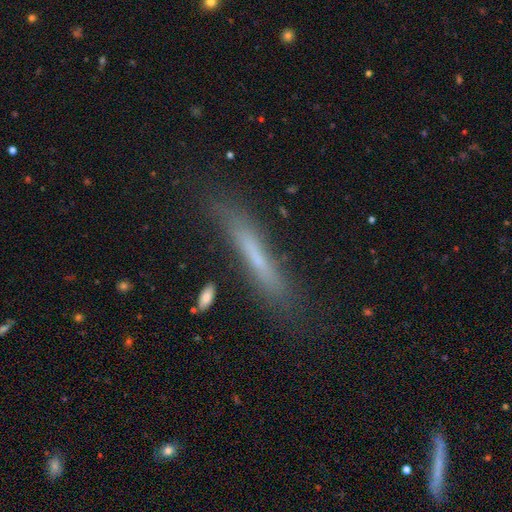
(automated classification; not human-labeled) smooth 54%, featured or disk 36%, star or artifact 10%. Down the decision tree: how rounded — cigar-shaped (93%); merging — none (77%).